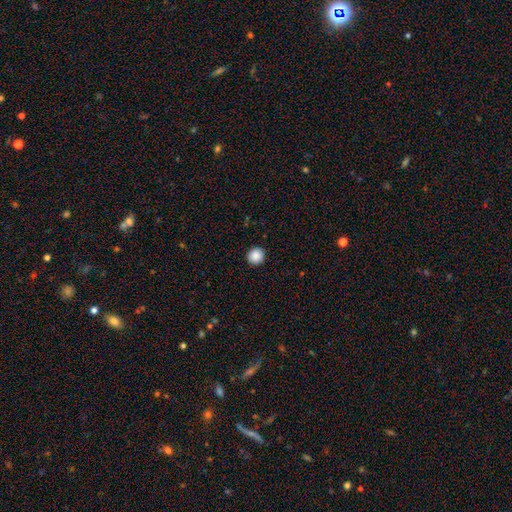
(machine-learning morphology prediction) This is clearly a smooth galaxy (88%). How rounded: clearly round (94%). Merging: clearly none (93%).